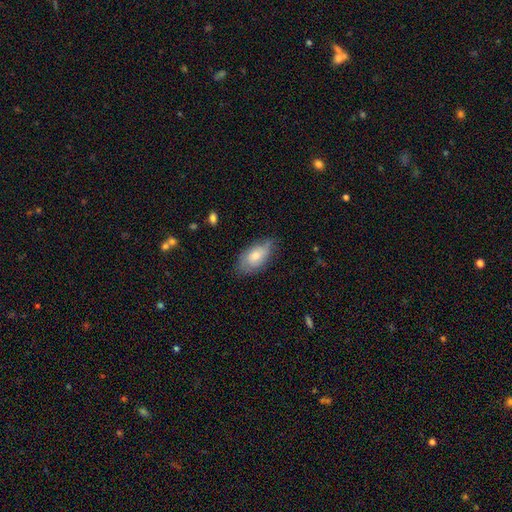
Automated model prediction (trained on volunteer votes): smooth 71%, featured or disk 23%, star or artifact 6%. Down the decision tree: how rounded — in between (93%); merging — none (64%).